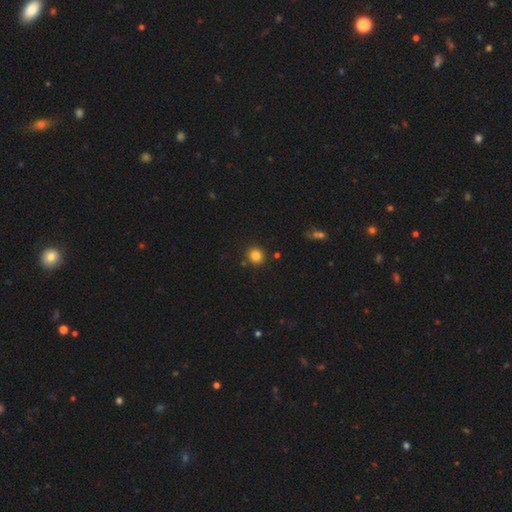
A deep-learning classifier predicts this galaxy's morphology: Smooth or featured? smooth (82%)
How rounded? round (90%)
Merging? none (88%)